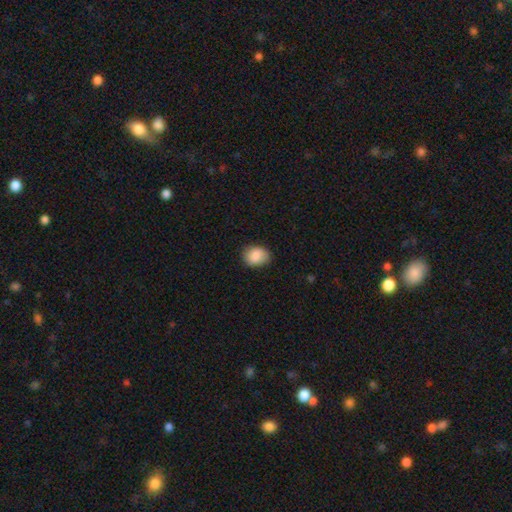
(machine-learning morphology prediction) This is clearly a smooth galaxy (88%). How rounded: possibly in between (57%). Merging: clearly none (82%).